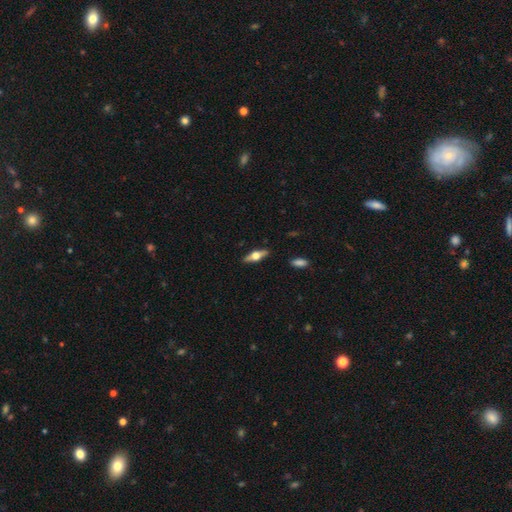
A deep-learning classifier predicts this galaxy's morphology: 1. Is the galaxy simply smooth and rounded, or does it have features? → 62% featured or disk, 31% smooth, 6% star or artifact.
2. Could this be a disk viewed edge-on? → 94% yes, 6% no.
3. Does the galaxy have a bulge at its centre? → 95% rounded, 4% boxy, 1% none.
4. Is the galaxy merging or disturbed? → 88% none, 9% minor disturbance, 2% major disturbance, 1% merger.